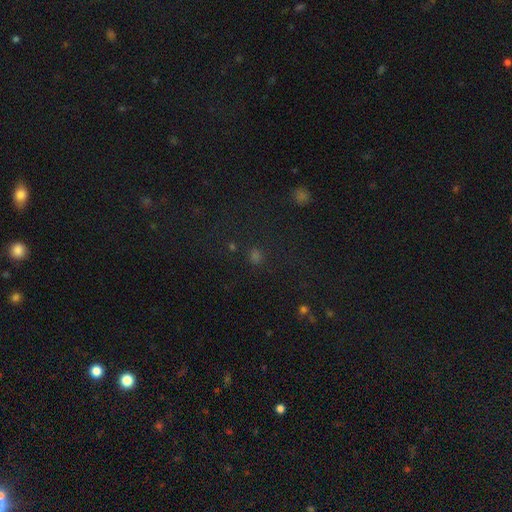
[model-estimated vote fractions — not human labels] smooth-or-featured: smooth: 50% | star or artifact: 44% | featured or disk: 6%
  how-rounded: round: 83% | in between: 16% | cigar-shaped: 2%
  merging: none: 82% | minor disturbance: 10% | major disturbance: 5% | merger: 4%